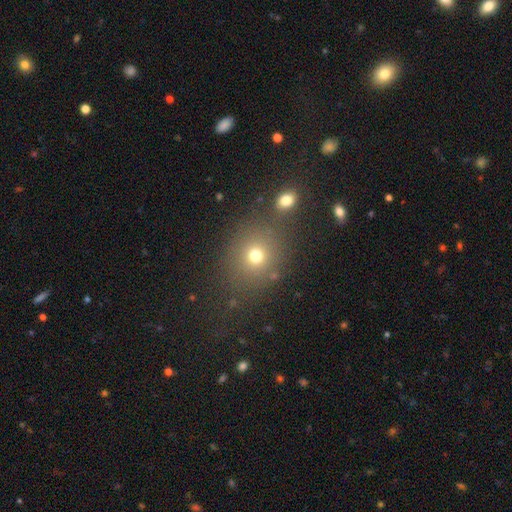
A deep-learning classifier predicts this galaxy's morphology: Overall: smooth (71%). How rounded: round (73%). Merging: none (73%).